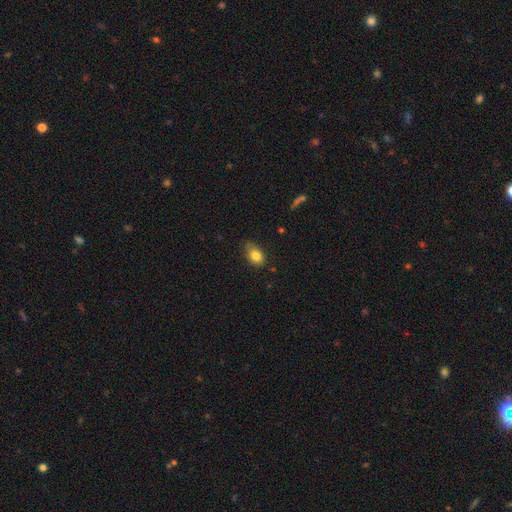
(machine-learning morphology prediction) smooth-or-featured: smooth: 82% | star or artifact: 9% | featured or disk: 9%
  how-rounded: in between: 80% | round: 18% | cigar-shaped: 2%
  merging: none: 67% | minor disturbance: 27% | major disturbance: 4% | merger: 2%